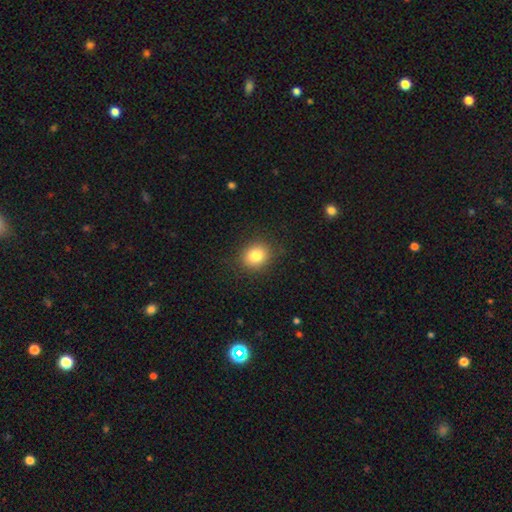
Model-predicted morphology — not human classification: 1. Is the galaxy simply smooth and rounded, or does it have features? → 82% smooth, 10% star or artifact, 7% featured or disk.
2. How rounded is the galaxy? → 65% round, 34% in between, 1% cigar-shaped.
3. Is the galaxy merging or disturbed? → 87% none, 9% minor disturbance, 3% major disturbance, 1% merger.